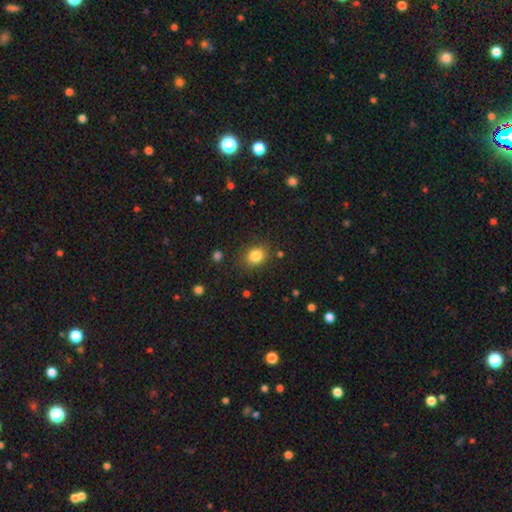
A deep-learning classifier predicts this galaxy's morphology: Overall: smooth (83%). How rounded: round (60%; in between 39%). Merging: none (83%).